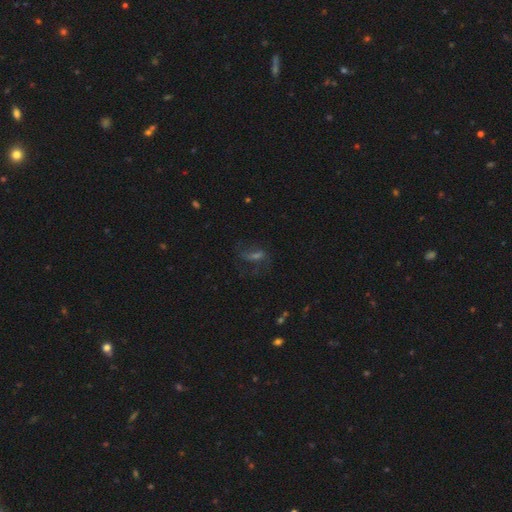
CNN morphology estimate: The model was most divided on "smooth or featured": featured or disk: 43%, smooth: 29%, star or artifact: 28%. More confident: merging — none (55%).